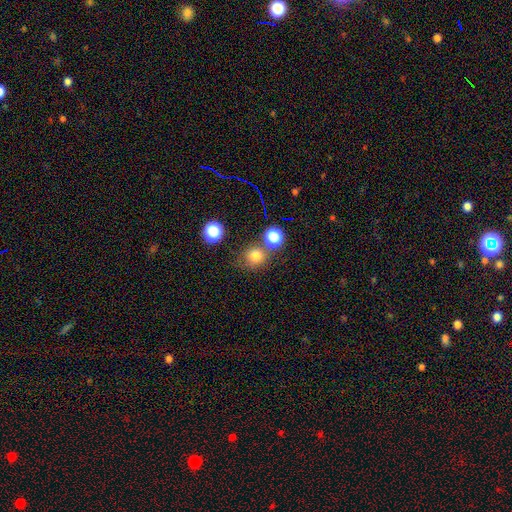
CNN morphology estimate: smooth_or_featured: smooth (p=0.75) [alt: star or artifact p=0.18]
how_rounded: round (p=0.84) [alt: in between p=0.15]
merging: none (p=0.67) [alt: merger p=0.15]